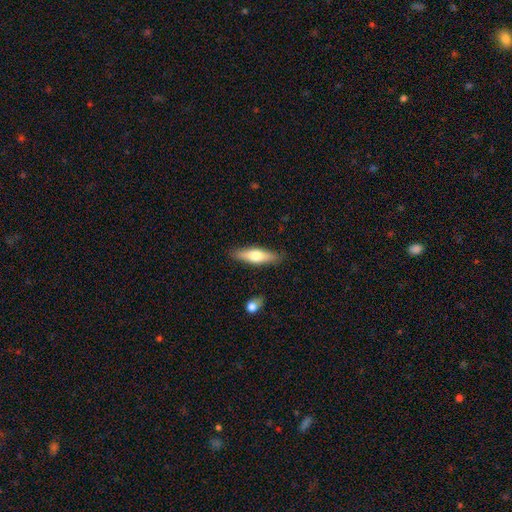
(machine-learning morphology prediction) Smooth or featured?
  - smooth: 56% *
  - featured or disk: 39%
  - star or artifact: 6%
How rounded?
  - cigar-shaped: 66% *
  - in between: 32%
  - round: 2%
Merging?
  - none: 87% *
  - minor disturbance: 9%
  - major disturbance: 2%
  - merger: 2%